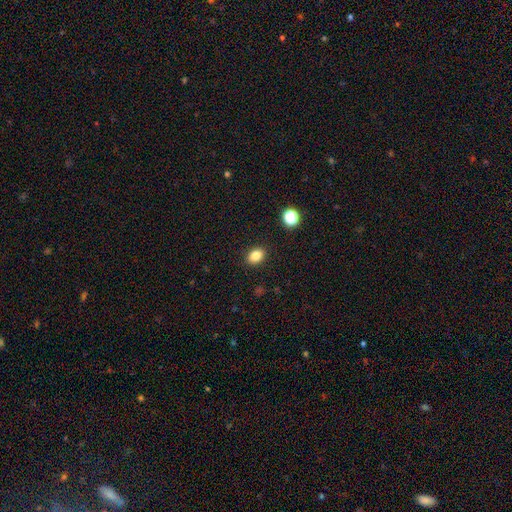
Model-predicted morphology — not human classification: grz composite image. It shows a smooth galaxy with no disk features (83%) that is in between round and cigar-shaped (68%). Merging: none (89%).